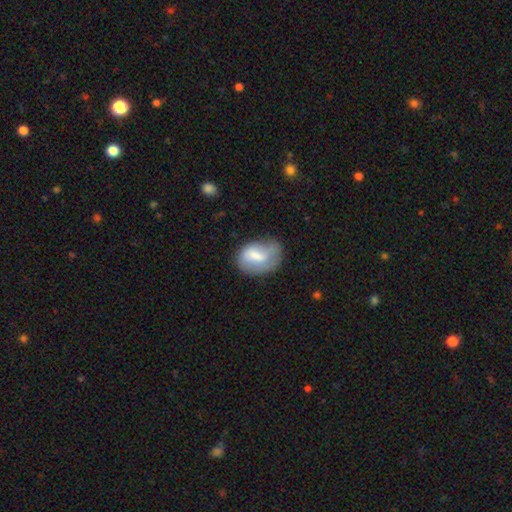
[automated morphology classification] smooth 64%, featured or disk 28%, star or artifact 7%. Down the decision tree: how rounded — in between (75%); merging — none (42%).